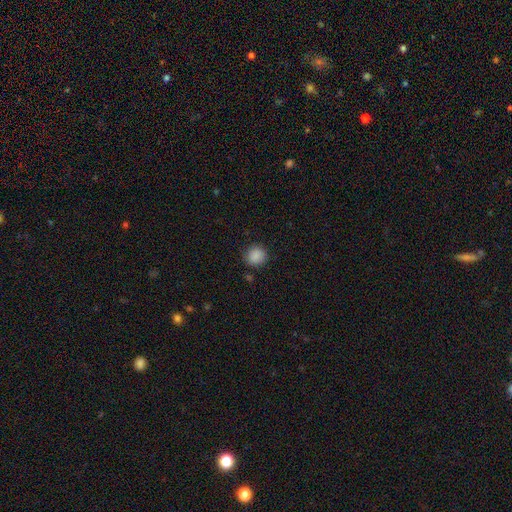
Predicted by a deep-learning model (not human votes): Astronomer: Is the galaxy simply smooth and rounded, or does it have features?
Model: smooth — 88%.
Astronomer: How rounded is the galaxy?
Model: round — 88%.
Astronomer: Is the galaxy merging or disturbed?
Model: none — 86%.